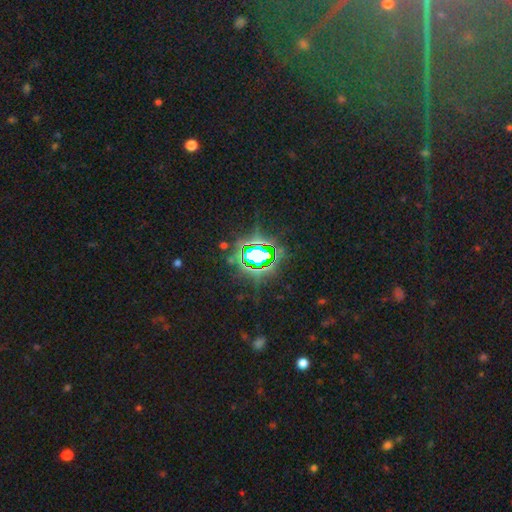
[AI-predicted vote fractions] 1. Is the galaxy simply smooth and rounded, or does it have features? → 80% star or artifact, 10% smooth, 9% featured or disk.